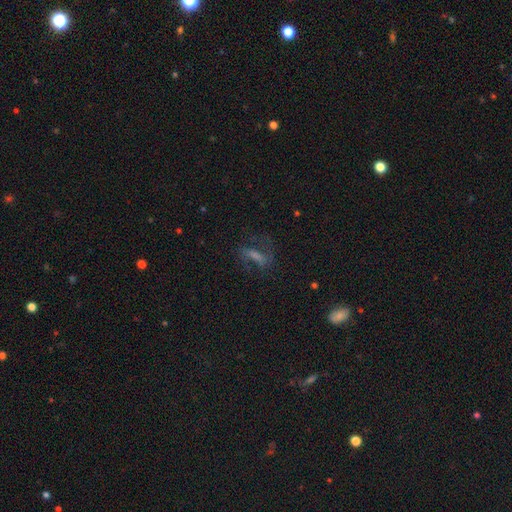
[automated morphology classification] type=featured or disk (48%); merging=none (60%).